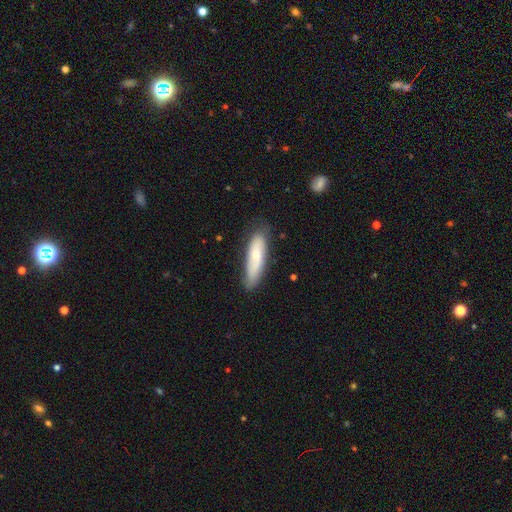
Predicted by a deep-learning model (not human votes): Smooth or featured? Predicted: smooth (p=0.64). How rounded? Predicted: cigar-shaped (p=0.69). Merging? Predicted: none (p=0.77).